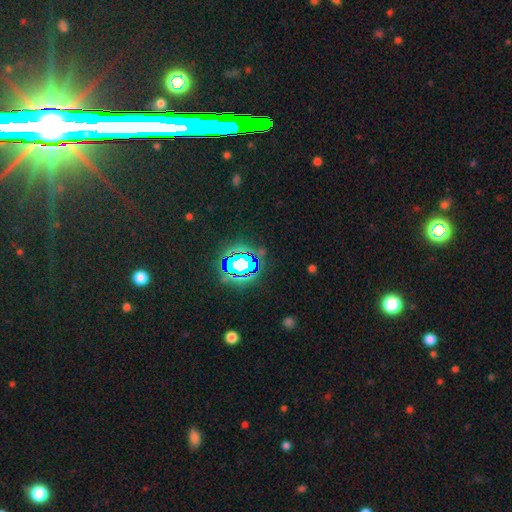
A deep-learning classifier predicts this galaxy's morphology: smooth-or-featured: star or artifact: 73% | featured or disk: 14% | smooth: 12%